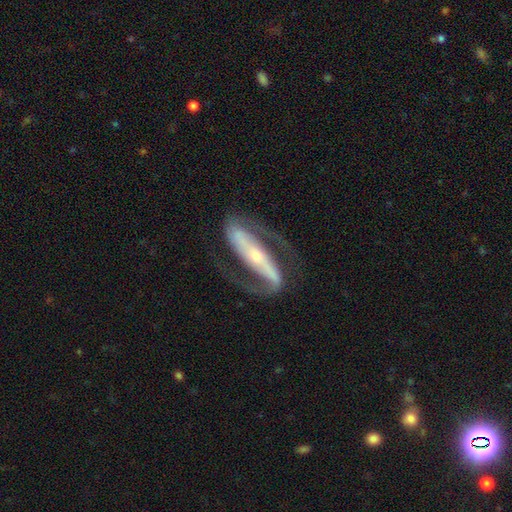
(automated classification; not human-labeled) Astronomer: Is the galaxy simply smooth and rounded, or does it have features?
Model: featured or disk — 90%.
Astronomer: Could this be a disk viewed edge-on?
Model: no — 87%.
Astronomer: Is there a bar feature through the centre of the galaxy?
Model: strong — 73%.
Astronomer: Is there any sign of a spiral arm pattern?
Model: yes — 95%.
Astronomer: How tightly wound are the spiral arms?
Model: medium — 49% (runner-up: loose, 26%).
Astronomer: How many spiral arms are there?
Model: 2 — 92%.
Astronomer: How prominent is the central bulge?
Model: small — 69%.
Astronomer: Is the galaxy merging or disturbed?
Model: none — 76%.